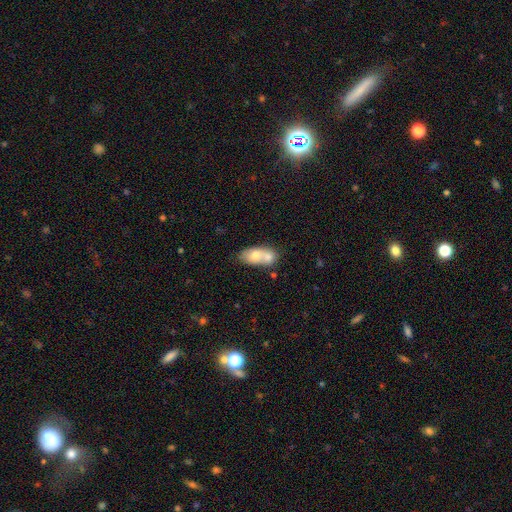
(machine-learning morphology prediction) smooth-or-featured: smooth: 65% | featured or disk: 28% | star or artifact: 7%
  how-rounded: in between: 81% | round: 14% | cigar-shaped: 5%
  merging: merger: 64% | none: 22% | minor disturbance: 9% | major disturbance: 4%